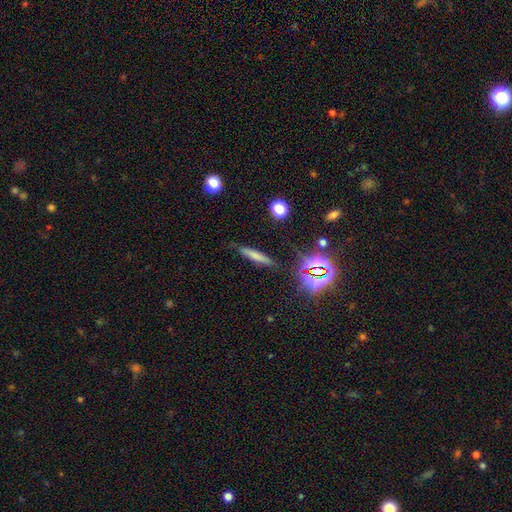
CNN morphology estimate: Smooth or featured? smooth (65%)
How rounded? cigar-shaped (89%)
Merging? none (84%)